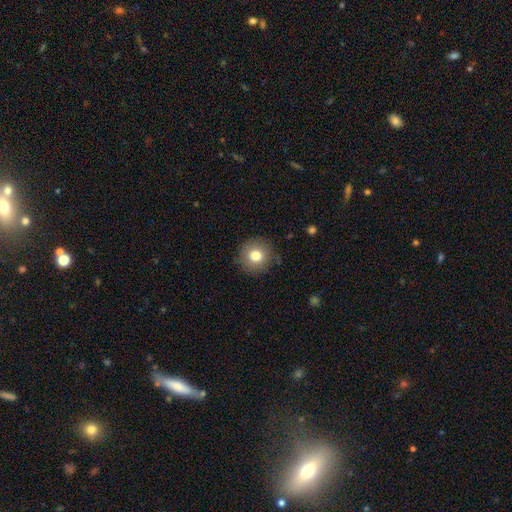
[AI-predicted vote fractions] Smooth or featured: smooth — 79% (featured or disk — 11%)
How rounded: round — 94% (in between — 5%)
Merging: none — 87% (minor disturbance — 9%)